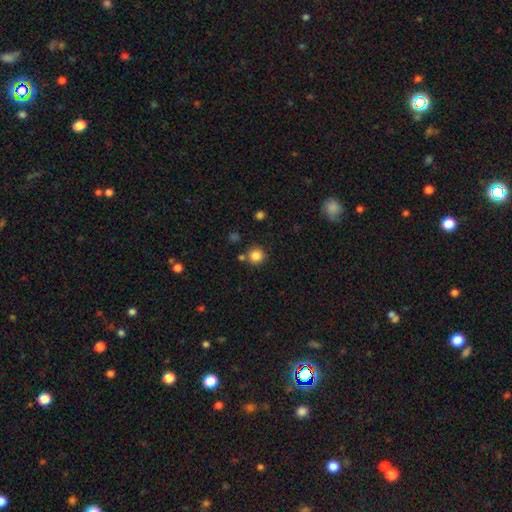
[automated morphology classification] This is clearly a smooth galaxy (85%). How rounded: clearly round (93%). Merging: likely none (78%).